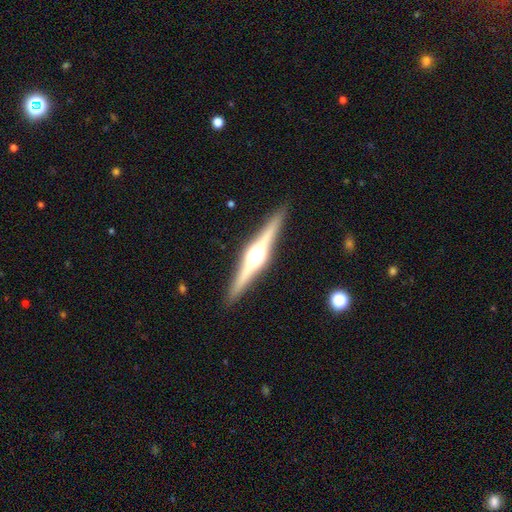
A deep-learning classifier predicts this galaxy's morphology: smooth-or-featured: featured or disk: 79% | smooth: 15% | star or artifact: 6%
  disk-edge-on: yes: 98% | no: 2%
    edge-on-bulge: rounded: 92% | boxy: 6% | none: 2%
  merging: none: 90% | minor disturbance: 7% | major disturbance: 2% | merger: 1%